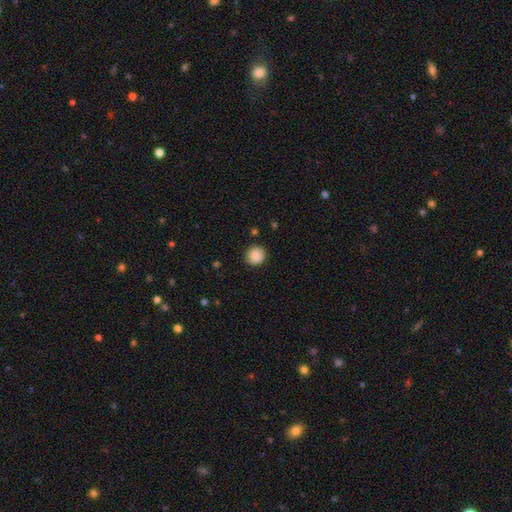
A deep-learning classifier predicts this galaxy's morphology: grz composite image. It shows a smooth galaxy with no disk features (88%) that is round (93%). Merging: none (88%).